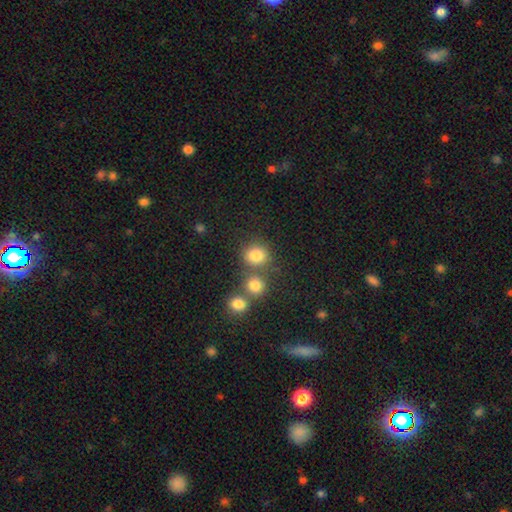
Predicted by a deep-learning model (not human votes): smooth 81%, star or artifact 13%, featured or disk 6%. Down the decision tree: how rounded — round (80%); merging — none (62%).